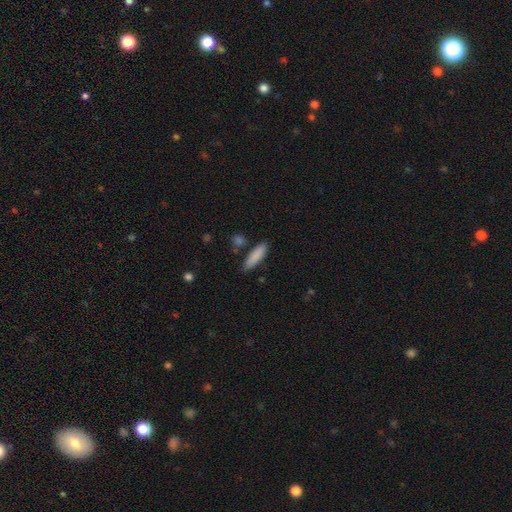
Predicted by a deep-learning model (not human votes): Q: Smooth or featured?
A: smooth (86%); runner-up: featured or disk (8%)
Q: How rounded?
A: cigar-shaped (62%); runner-up: in between (36%)
Q: Merging?
A: none (82%); runner-up: minor disturbance (11%)